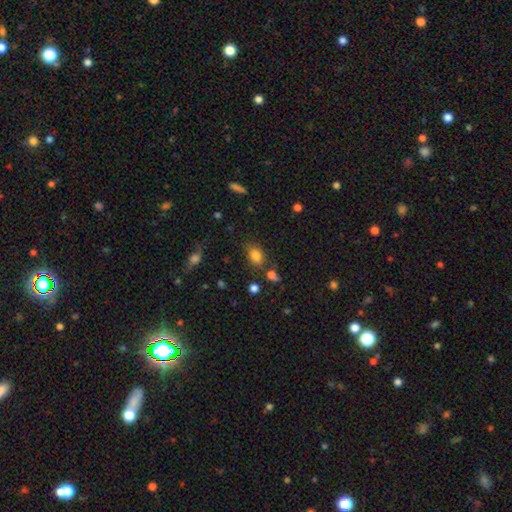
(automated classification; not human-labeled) Q: Smooth or featured?
A: smooth (81%); runner-up: star or artifact (13%)
Q: How rounded?
A: in between (74%); runner-up: round (25%)
Q: Merging?
A: none (71%); runner-up: minor disturbance (16%)